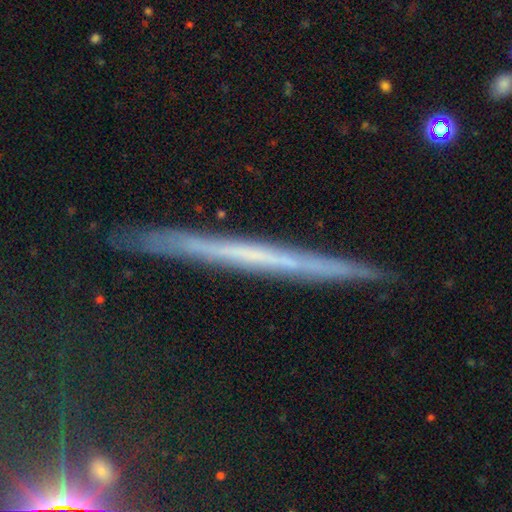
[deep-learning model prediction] A featured or disk galaxy (63%) viewed edge-on (95%) with no central bulge (86%).

Vote fractions:
- Smooth or featured? featured or disk: 63% / smooth: 24% / star or artifact: 13%
- Edge-on disk? yes: 95% / no: 5%
- Edge-on bulge? none: 86% / rounded: 9% / boxy: 5%
- Merging? none: 87% / minor disturbance: 10% / major disturbance: 2% / merger: 1%